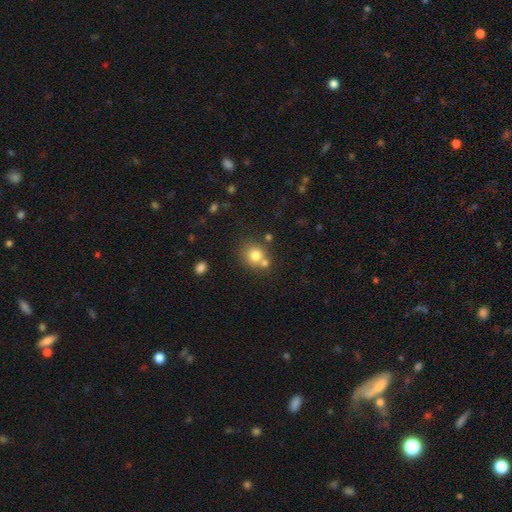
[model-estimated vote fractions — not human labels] Morphology: type=smooth (78%); roundness=round (81%); merging=none (57%).